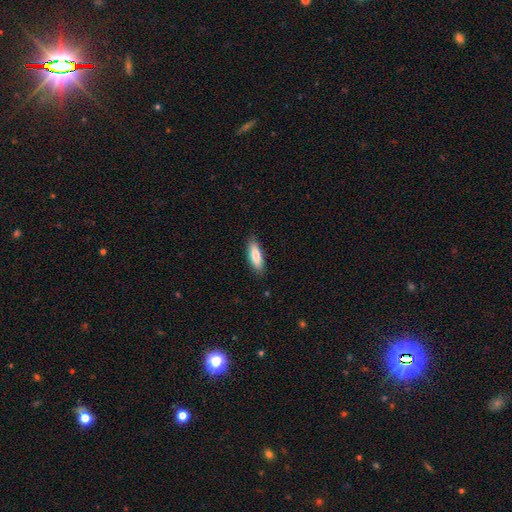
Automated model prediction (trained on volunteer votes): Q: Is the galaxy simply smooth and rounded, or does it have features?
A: smooth — 82%.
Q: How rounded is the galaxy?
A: in between — 50%.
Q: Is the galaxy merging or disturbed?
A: none — 87%.